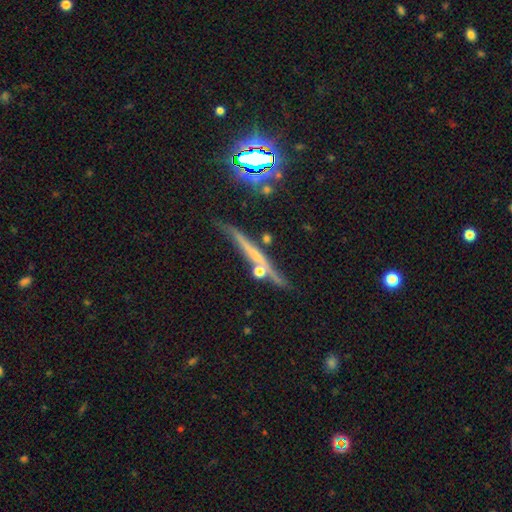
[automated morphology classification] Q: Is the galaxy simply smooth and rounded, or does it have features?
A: featured or disk — 55%.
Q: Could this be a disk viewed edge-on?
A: yes — 92%.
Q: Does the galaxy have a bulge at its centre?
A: none — 50%.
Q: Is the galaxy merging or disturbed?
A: none — 71%.